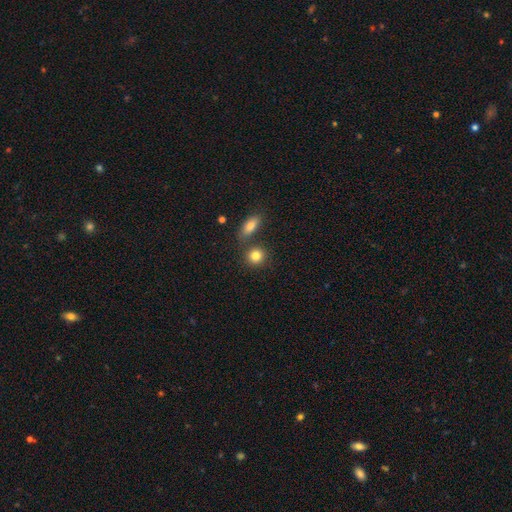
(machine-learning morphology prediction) Smooth or featured: smooth — 82% (star or artifact — 10%)
How rounded: round — 80% (in between — 19%)
Merging: none — 70% (merger — 17%)